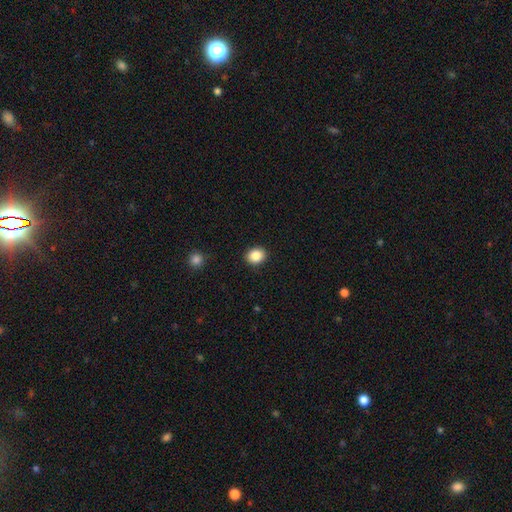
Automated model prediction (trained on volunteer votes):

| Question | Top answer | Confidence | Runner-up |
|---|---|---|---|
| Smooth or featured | smooth | 86% | star or artifact (9%) |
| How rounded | round | 63% | in between (36%) |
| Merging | none | 91% | minor disturbance (6%) |